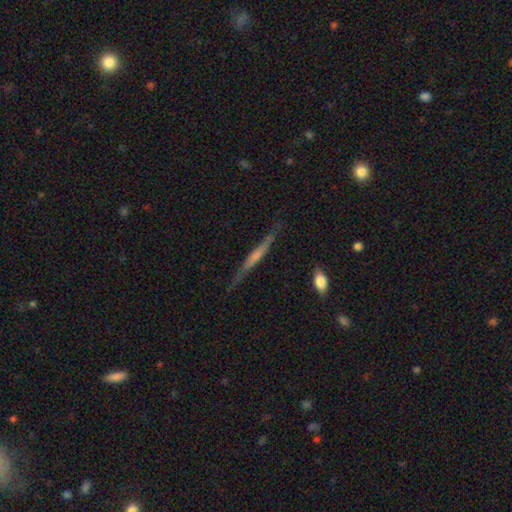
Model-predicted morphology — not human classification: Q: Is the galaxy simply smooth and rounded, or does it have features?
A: featured or disk — 62%.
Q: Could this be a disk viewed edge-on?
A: yes — 94%.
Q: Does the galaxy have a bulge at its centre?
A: none — 49%.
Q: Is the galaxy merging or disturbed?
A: none — 75%.